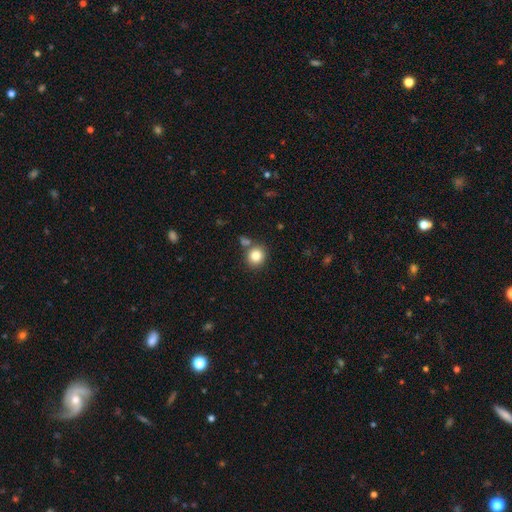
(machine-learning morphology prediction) Smooth or featured?
  - smooth: 82% *
  - star or artifact: 11%
  - featured or disk: 7%
How rounded?
  - round: 86% *
  - in between: 13%
  - cigar-shaped: 1%
Merging?
  - none: 76% *
  - merger: 12%
  - minor disturbance: 9%
  - major disturbance: 3%